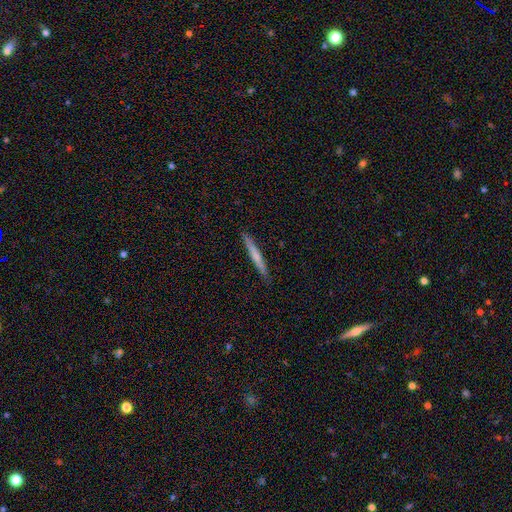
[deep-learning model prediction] Overall: smooth (60%; featured or disk 34%). How rounded: cigar-shaped (96%). Merging: none (91%).